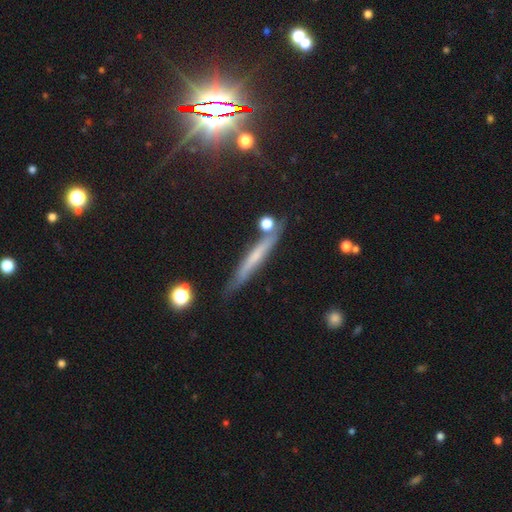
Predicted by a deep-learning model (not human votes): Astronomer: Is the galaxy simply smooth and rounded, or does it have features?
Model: featured or disk — 46% (runner-up: smooth, 43%).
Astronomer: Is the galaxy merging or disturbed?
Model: none — 75%.